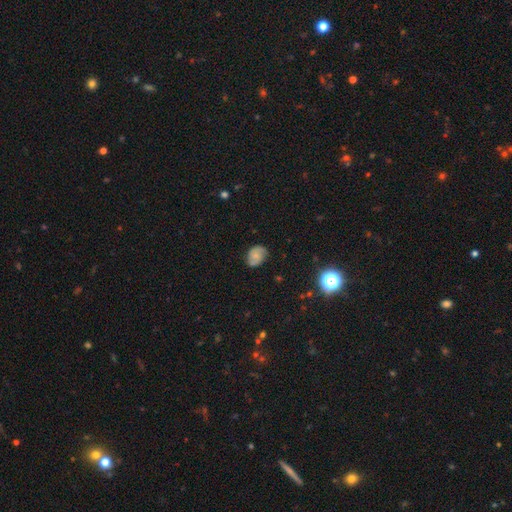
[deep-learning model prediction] This is possibly a smooth galaxy (50%). How rounded: likely in between (65%). Merging: likely none (73%).